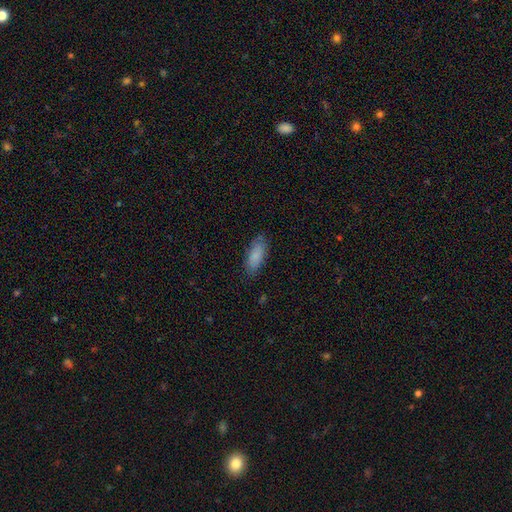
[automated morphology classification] The model was most divided on "how rounded": in between: 78%, cigar-shaped: 21%, round: 2%. More confident: smooth or featured — smooth (85%); merging — none (81%).